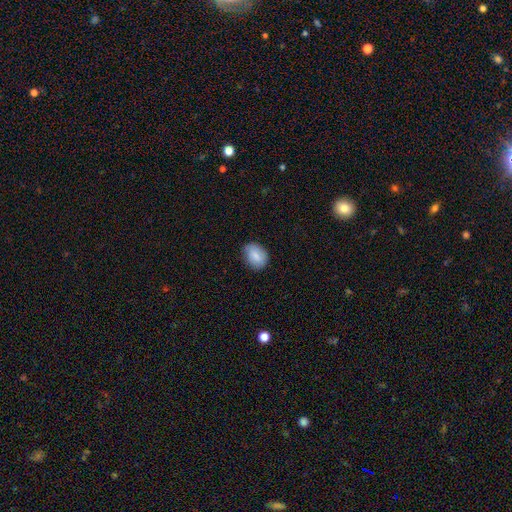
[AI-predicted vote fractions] Smooth or featured? Predicted: smooth (p=0.81). How rounded? Predicted: in between (p=0.69). Merging? Predicted: none (p=0.74).